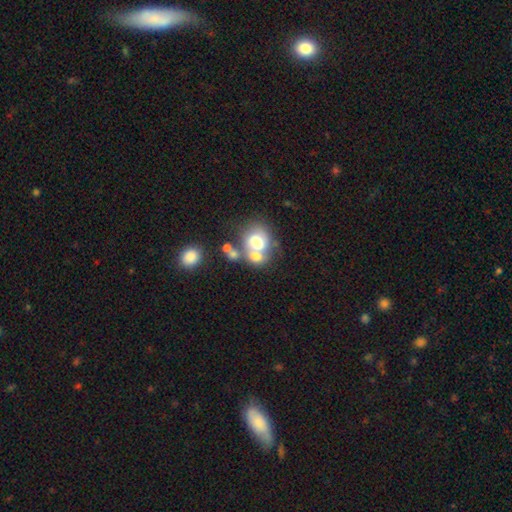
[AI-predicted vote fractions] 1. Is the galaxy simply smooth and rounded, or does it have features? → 61% smooth, 29% featured or disk, 10% star or artifact.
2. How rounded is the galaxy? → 53% round, 46% in between, 1% cigar-shaped.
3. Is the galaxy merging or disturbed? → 55% merger, 27% none, 10% minor disturbance, 8% major disturbance.